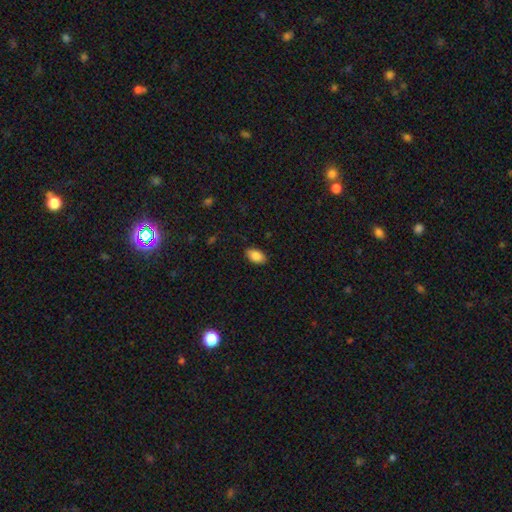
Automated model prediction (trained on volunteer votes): smooth_or_featured: smooth (p=0.88) [alt: star or artifact p=0.07]
how_rounded: in between (p=0.93) [alt: round p=0.05]
merging: none (p=0.86) [alt: minor disturbance p=0.10]